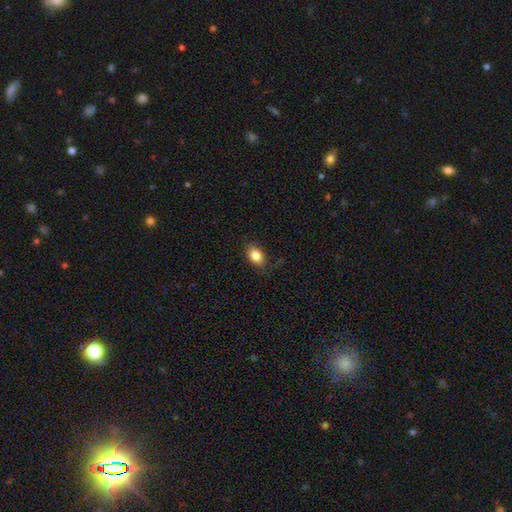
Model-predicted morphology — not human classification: Overall: smooth (85%). How rounded: in between (82%). Merging: none (82%).